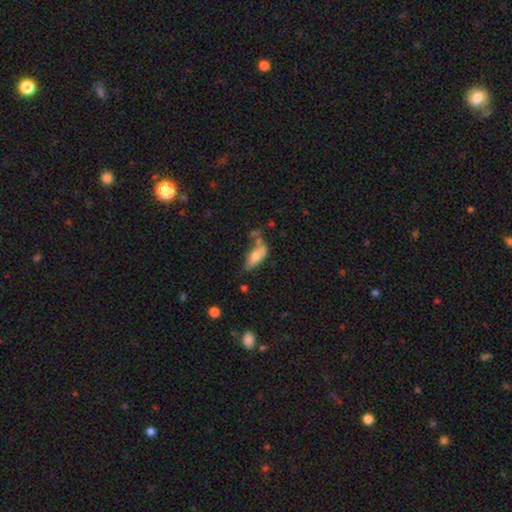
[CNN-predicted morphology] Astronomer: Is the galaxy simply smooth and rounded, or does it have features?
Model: smooth — 63%.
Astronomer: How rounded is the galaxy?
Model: in between — 66%.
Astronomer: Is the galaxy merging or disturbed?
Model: none — 39% (runner-up: minor disturbance, 26%).